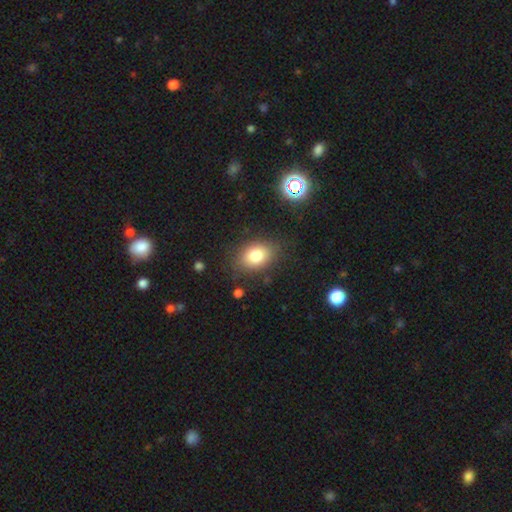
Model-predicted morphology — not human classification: The model was most divided on "how rounded": in between: 78%, round: 21%, cigar-shaped: 1%. More confident: smooth or featured — smooth (81%); merging — none (81%).